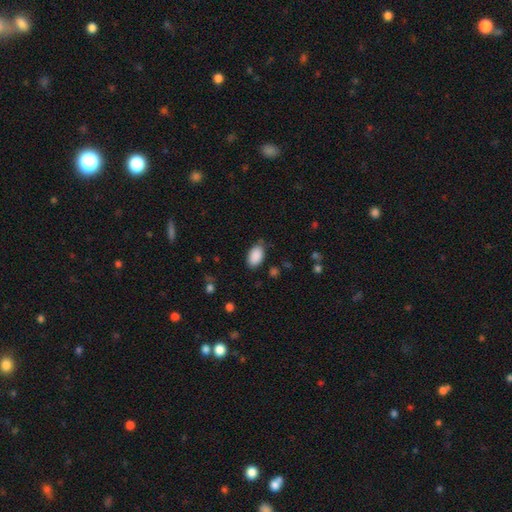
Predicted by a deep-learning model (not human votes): Smooth or featured: smooth — 90% (star or artifact — 7%)
How rounded: in between — 93% (round — 5%)
Merging: none — 78% (minor disturbance — 17%)